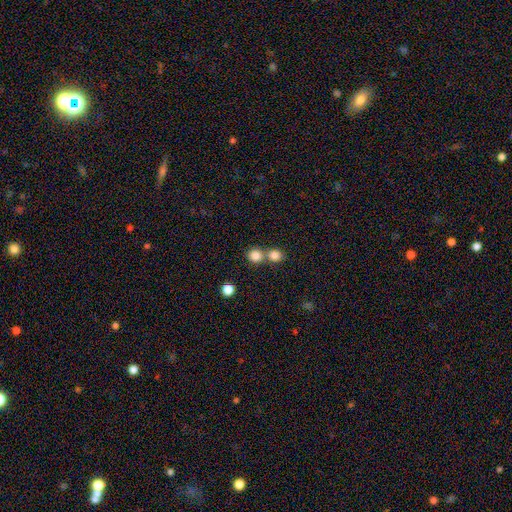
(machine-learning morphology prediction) This appears to be a smooth galaxy with no disk features (83%) that is round (89%). Merging: none (53%).